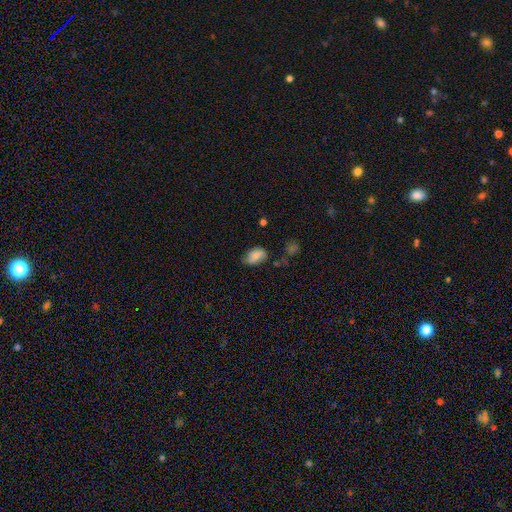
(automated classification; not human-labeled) A smooth galaxy with no disk features (77%) that is in between round and cigar-shaped (90%). Merging: none (58%).